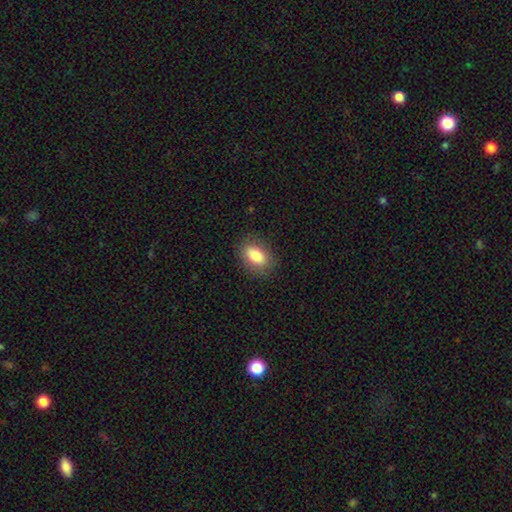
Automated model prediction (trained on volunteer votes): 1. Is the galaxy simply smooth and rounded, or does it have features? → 81% smooth, 11% featured or disk, 8% star or artifact.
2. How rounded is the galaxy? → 86% in between, 12% round, 3% cigar-shaped.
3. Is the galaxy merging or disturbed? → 84% none, 12% minor disturbance, 4% major disturbance, 1% merger.